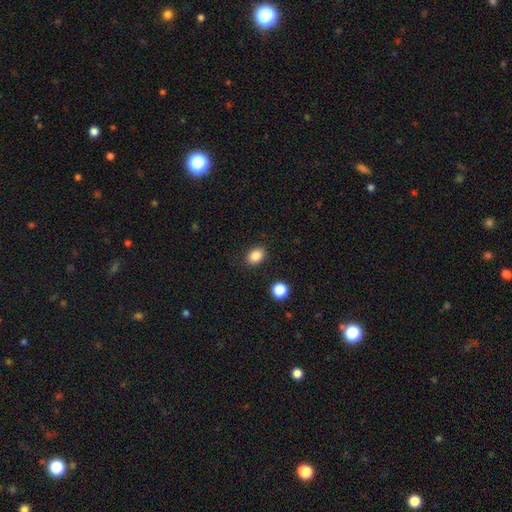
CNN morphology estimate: smooth-or-featured: smooth: 85% | star or artifact: 10% | featured or disk: 5%
  how-rounded: in between: 69% | round: 30% | cigar-shaped: 1%
  merging: none: 86% | minor disturbance: 9% | major disturbance: 3% | merger: 2%